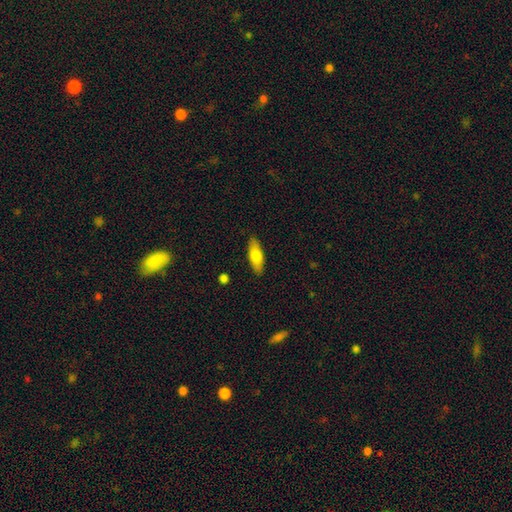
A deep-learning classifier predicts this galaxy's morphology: The model was most divided on "how rounded": in between: 65%, cigar-shaped: 32%, round: 2%. More confident: merging — none (87%); smooth or featured — smooth (77%).